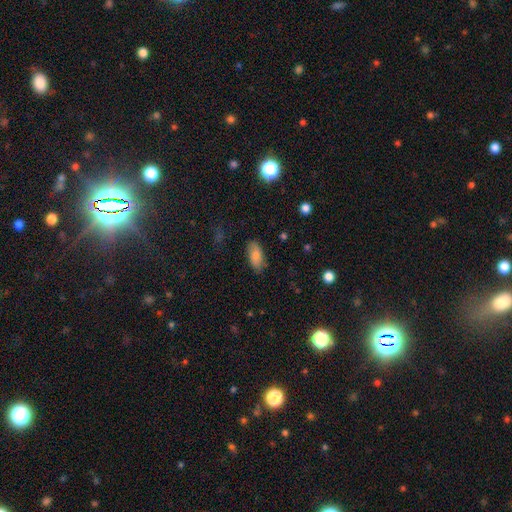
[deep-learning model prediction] Smooth or featured? Predicted: smooth (p=0.83). How rounded? Predicted: in between (p=0.90). Merging? Predicted: none (p=0.83).